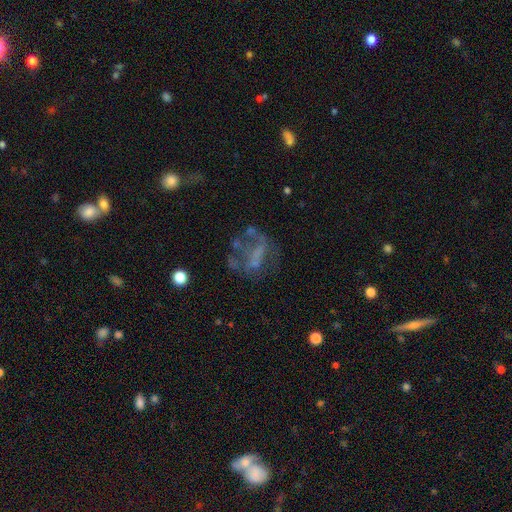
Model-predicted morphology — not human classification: smooth_or_featured: featured or disk (p=0.54) [alt: smooth p=0.25]
disk_edge_on: no (p=0.95) [alt: yes p=0.05]
bar: no (p=0.68) [alt: weak p=0.19]
has_spiral_arms: no (p=0.83) [alt: yes p=0.17]
bulge_size: none (p=0.71) [alt: small p=0.14]
merging: none (p=0.41) [alt: major disturbance p=0.33]